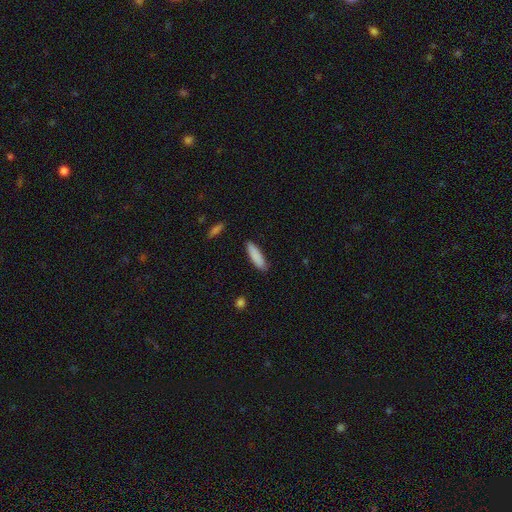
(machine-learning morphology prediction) smooth_or_featured: smooth (p=0.88) [alt: star or artifact p=0.06]
how_rounded: cigar-shaped (p=0.64) [alt: in between p=0.35]
merging: none (p=0.88) [alt: minor disturbance p=0.09]